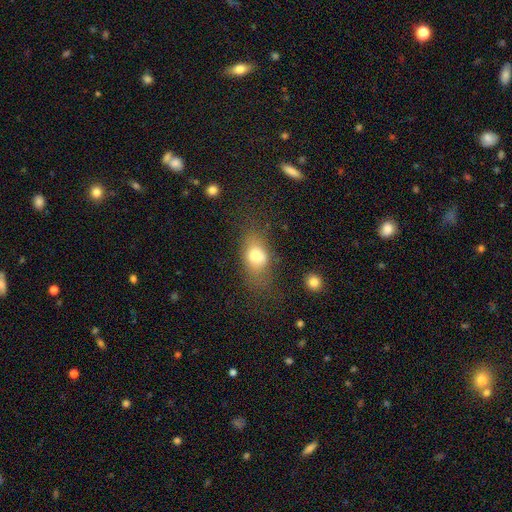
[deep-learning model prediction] Smooth or featured? smooth (74%)
How rounded? in between (76%)
Merging? none (52%)